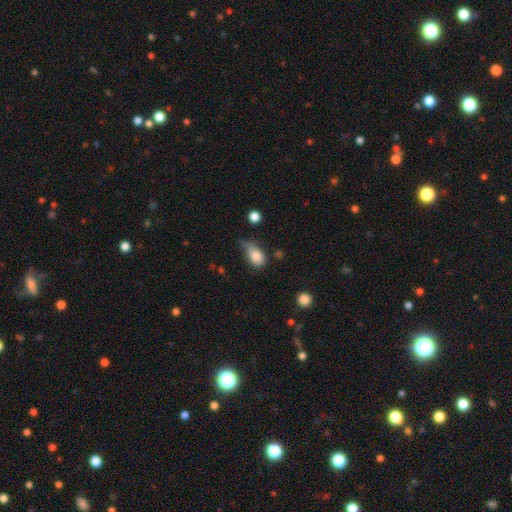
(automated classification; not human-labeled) smooth 76%, featured or disk 15%, star or artifact 9%. Down the decision tree: how rounded — in between (80%); merging — minor disturbance (41%).